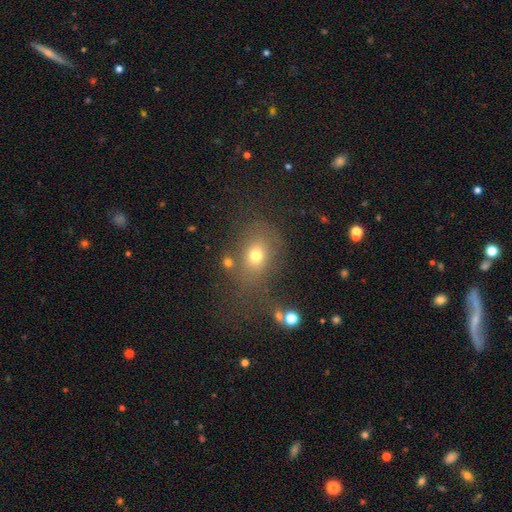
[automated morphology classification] smooth_or_featured: smooth (p=0.68) [alt: star or artifact p=0.17]
how_rounded: in between (p=0.56) [alt: round p=0.42]
merging: none (p=0.61) [alt: minor disturbance p=0.16]